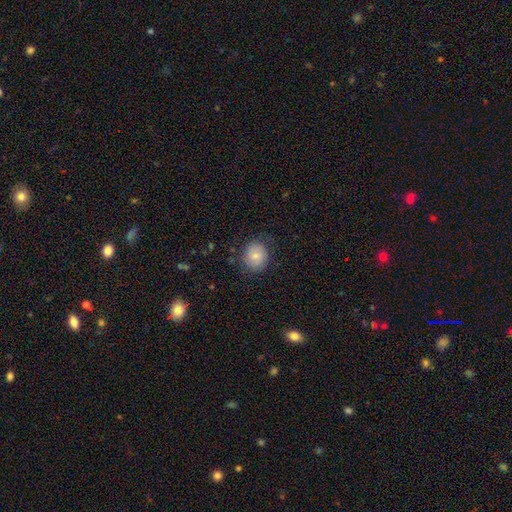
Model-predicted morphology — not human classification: Q: Smooth or featured?
A: smooth (79%); runner-up: featured or disk (13%)
Q: How rounded?
A: round (74%); runner-up: in between (25%)
Q: Merging?
A: none (77%); runner-up: minor disturbance (16%)